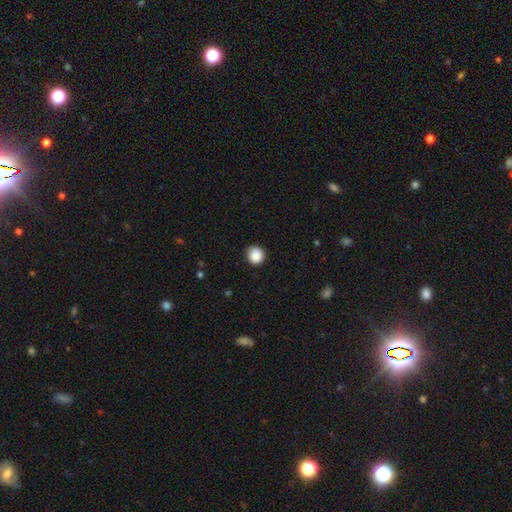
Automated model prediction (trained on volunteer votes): A smooth galaxy with no disk features (88%) that is round (92%).

Vote fractions:
- Smooth or featured? smooth: 88% / star or artifact: 9% / featured or disk: 3%
- How rounded? round: 92% / in between: 7% / cigar-shaped: 1%
- Merging? none: 88% / minor disturbance: 9% / major disturbance: 2% / merger: 1%